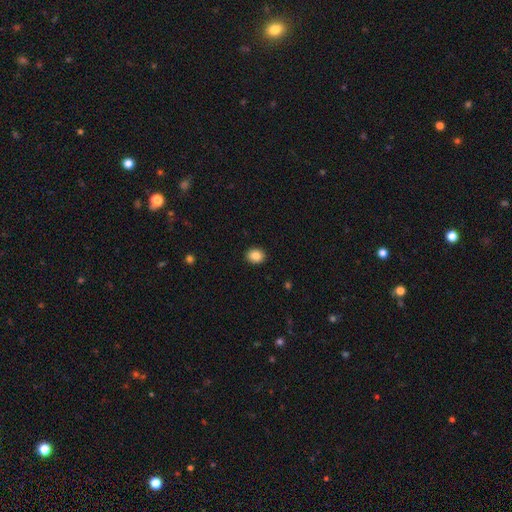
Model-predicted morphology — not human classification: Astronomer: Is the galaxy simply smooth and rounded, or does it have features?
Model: smooth — 85%.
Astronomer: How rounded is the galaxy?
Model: round — 59% (runner-up: in between, 40%).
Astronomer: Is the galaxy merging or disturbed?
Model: none — 92%.